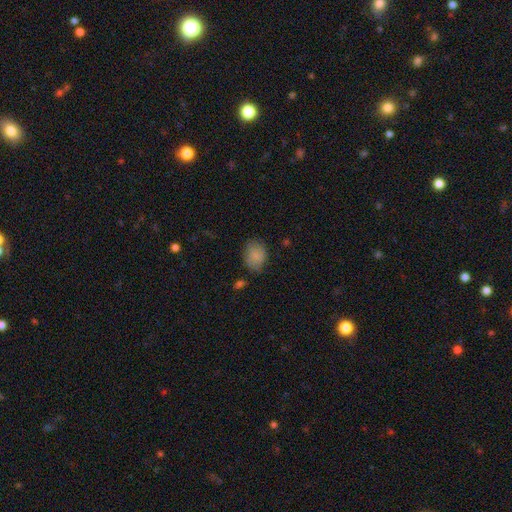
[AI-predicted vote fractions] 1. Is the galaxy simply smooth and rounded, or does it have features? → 84% smooth, 8% star or artifact, 8% featured or disk.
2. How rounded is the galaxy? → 64% in between, 35% round, 1% cigar-shaped.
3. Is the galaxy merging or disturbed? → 69% none, 23% minor disturbance, 5% major disturbance, 2% merger.